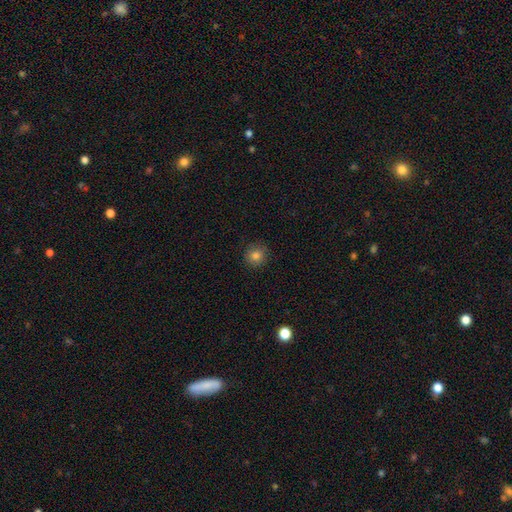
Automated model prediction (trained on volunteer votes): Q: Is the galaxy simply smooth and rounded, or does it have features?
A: smooth — 82%.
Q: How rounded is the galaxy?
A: round — 92%.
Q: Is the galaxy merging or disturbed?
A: none — 89%.